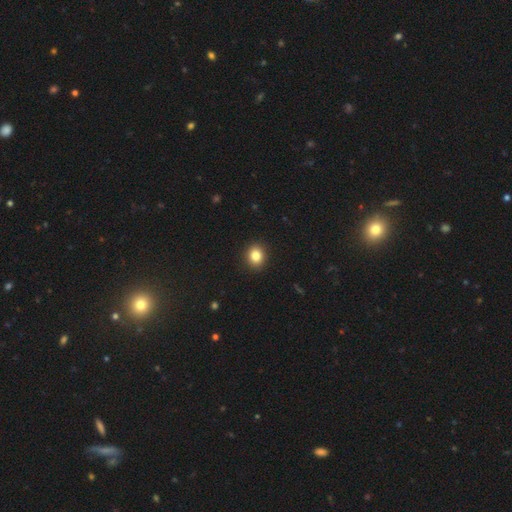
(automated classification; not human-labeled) smooth 84%, star or artifact 10%, featured or disk 5%. Down the decision tree: how rounded — round (70%); merging — none (92%).